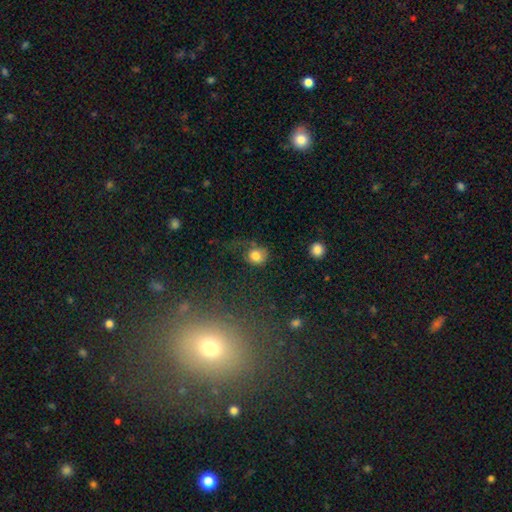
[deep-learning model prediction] smooth-or-featured: smooth: 76% | featured or disk: 14% | star or artifact: 10%
  how-rounded: round: 75% | in between: 24% | cigar-shaped: 1%
  merging: none: 42% | major disturbance: 29% | minor disturbance: 24% | merger: 5%